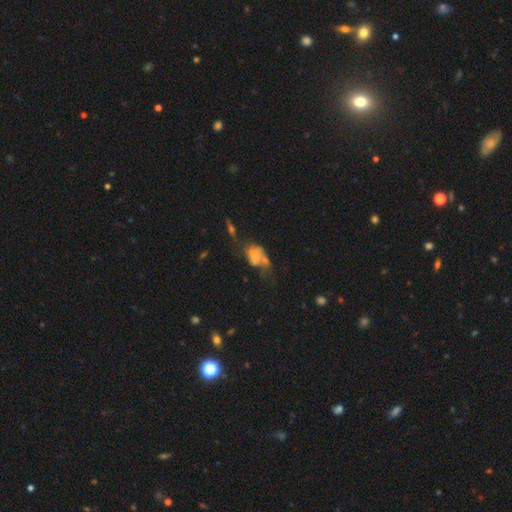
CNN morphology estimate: This is possibly a smooth galaxy (47%). Merging: marginally major disturbance (30%, tied with merger).